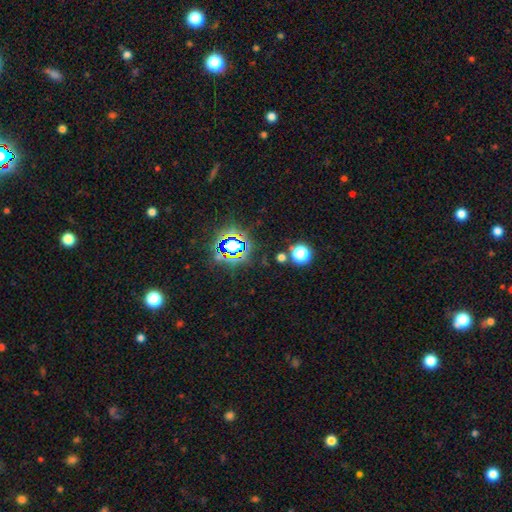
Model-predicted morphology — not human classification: smooth-or-featured: star or artifact: 80% | smooth: 12% | featured or disk: 7%